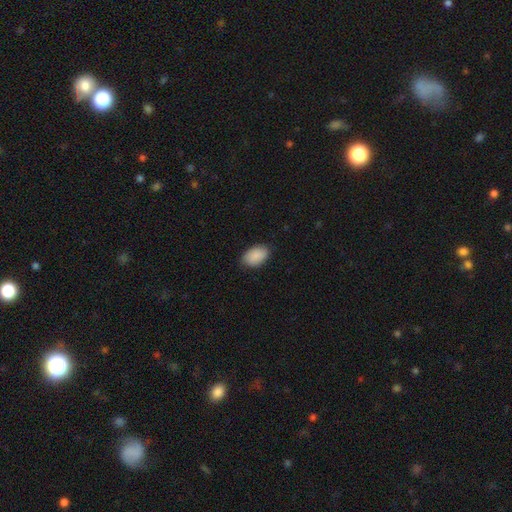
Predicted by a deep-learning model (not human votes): A smooth galaxy with no disk features (90%) that is in between round and cigar-shaped (90%). Merging: none (84%).